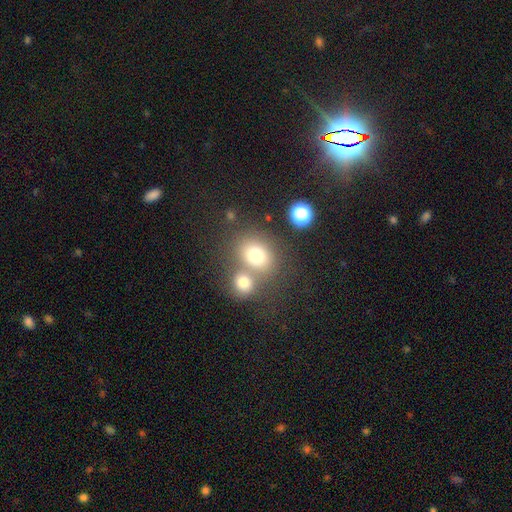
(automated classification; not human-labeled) Overall: smooth (75%). How rounded: round (65%; in between 34%). Merging: none (49%; merger 37%).